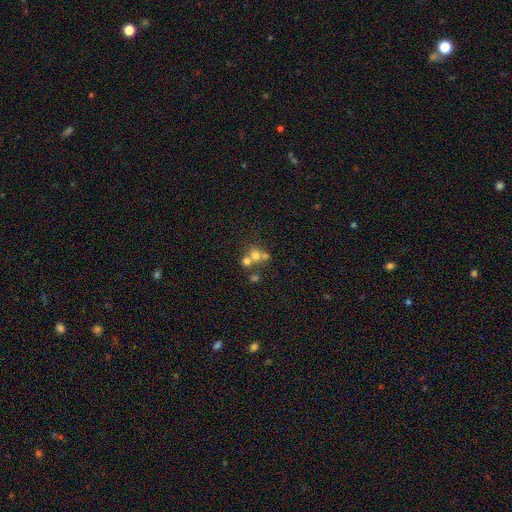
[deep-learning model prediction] A smooth galaxy with no disk features (62%) that is round (82%). Merging: merger (52%).